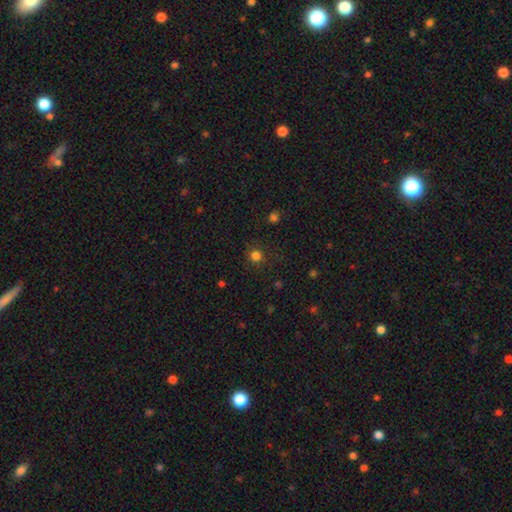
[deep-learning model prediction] Smooth or featured: smooth — 80% (star or artifact — 16%)
How rounded: round — 92% (in between — 7%)
Merging: none — 86% (minor disturbance — 8%)